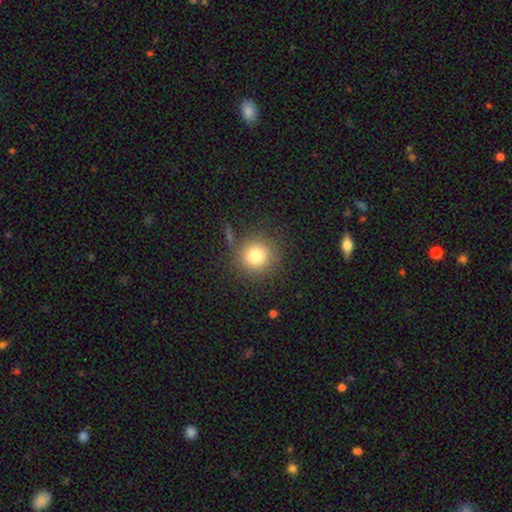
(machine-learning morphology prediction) type=smooth (78%); roundness=round (94%); merging=none (83%).